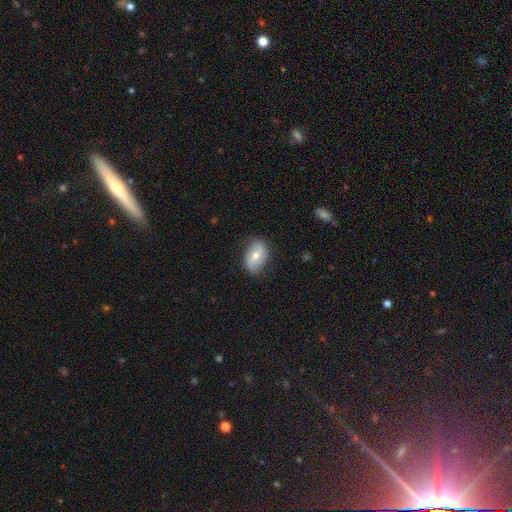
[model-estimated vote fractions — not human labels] Smooth or featured? smooth (56%)
How rounded? in between (87%)
Merging? none (75%)